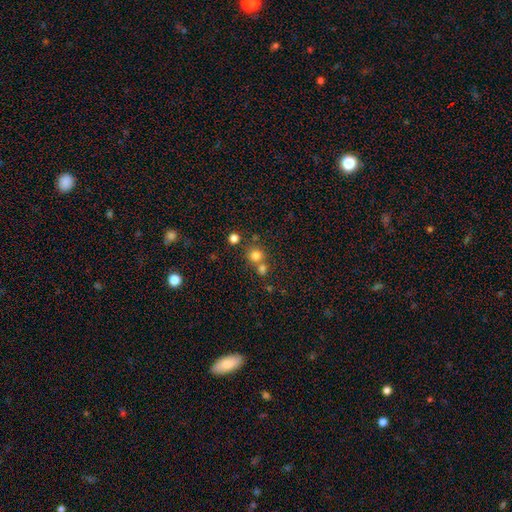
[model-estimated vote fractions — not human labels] A smooth galaxy with no disk features (77%) that is round (89%). Merging: none (58%).